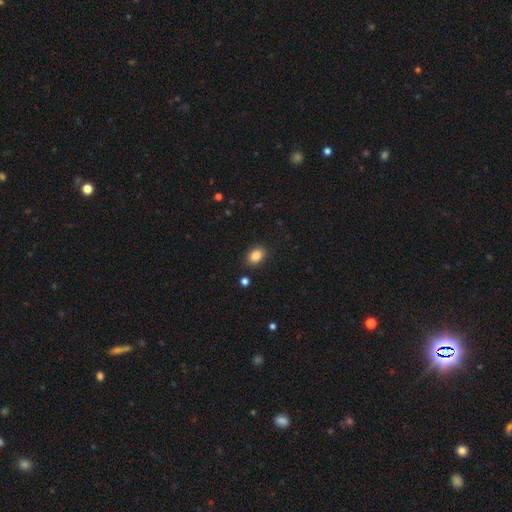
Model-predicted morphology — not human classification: Overall: smooth (86%). How rounded: in between (72%). Merging: none (87%).